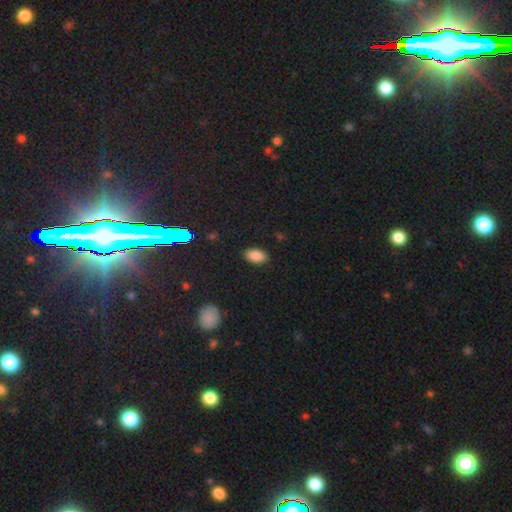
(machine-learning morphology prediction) smooth-or-featured: smooth: 86% | star or artifact: 10% | featured or disk: 4%
  how-rounded: in between: 94% | round: 4% | cigar-shaped: 2%
  merging: none: 87% | minor disturbance: 9% | major disturbance: 2% | merger: 1%